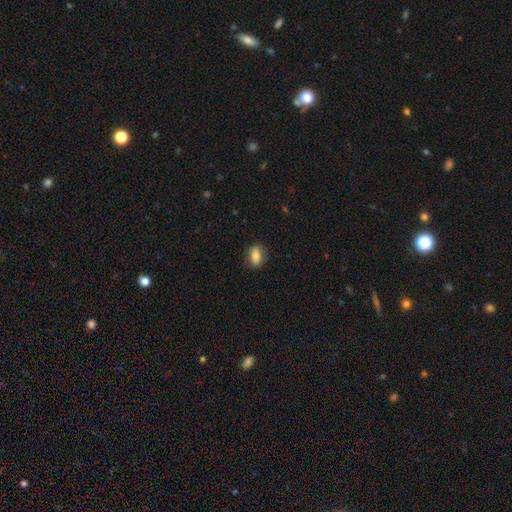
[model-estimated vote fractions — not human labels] smooth 76%, featured or disk 17%, star or artifact 8%. Down the decision tree: how rounded — in between (84%); merging — none (84%).